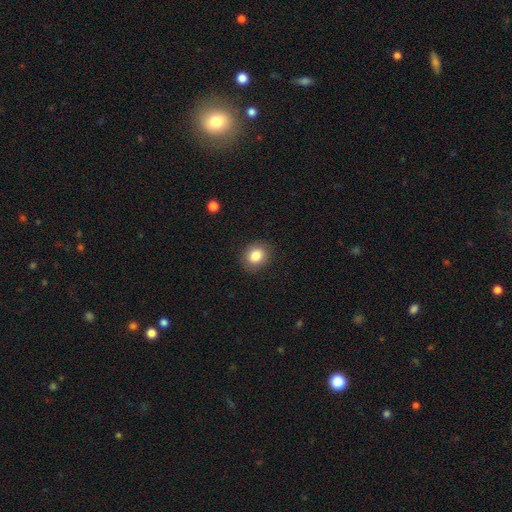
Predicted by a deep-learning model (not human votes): The model was most divided on "how rounded": round: 67%, in between: 32%, cigar-shaped: 1%. More confident: merging — none (88%); smooth or featured — smooth (84%).